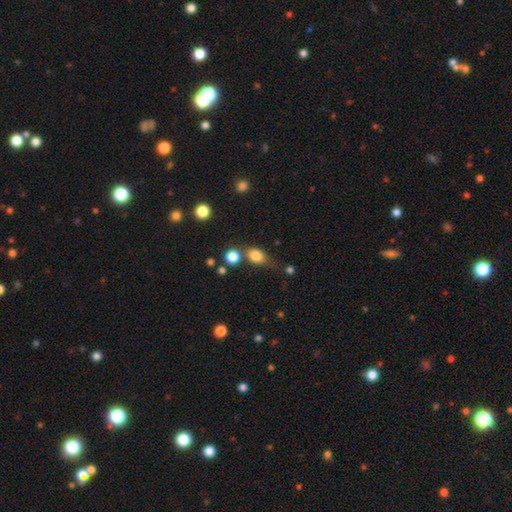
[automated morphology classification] Smooth or featured?
  - smooth: 81% *
  - star or artifact: 10%
  - featured or disk: 9%
How rounded?
  - in between: 58% *
  - round: 40%
  - cigar-shaped: 3%
Merging?
  - none: 51% *
  - minor disturbance: 21%
  - merger: 20%
  - major disturbance: 8%